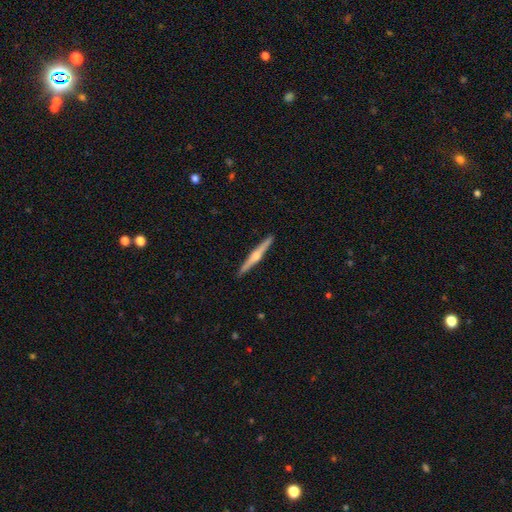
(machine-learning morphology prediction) smooth_or_featured: featured or disk (p=0.75) [alt: smooth p=0.20]
disk_edge_on: yes (p=0.98) [alt: no p=0.02]
edge_on_bulge: rounded (p=0.89) [alt: none p=0.07]
merging: none (p=0.93) [alt: minor disturbance p=0.05]